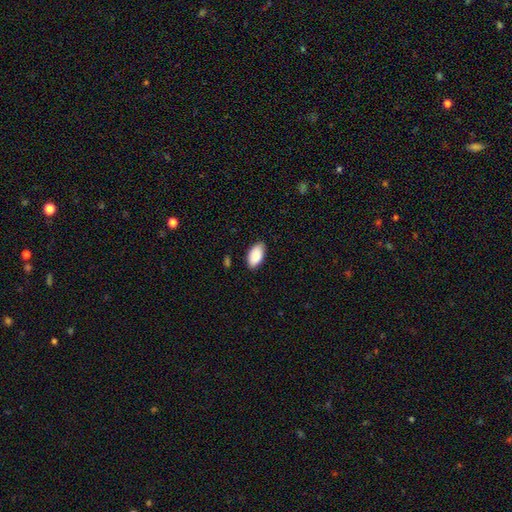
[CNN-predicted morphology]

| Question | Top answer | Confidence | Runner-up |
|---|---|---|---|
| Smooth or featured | smooth | 90% | star or artifact (6%) |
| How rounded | in between | 95% | round (2%) |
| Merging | none | 84% | minor disturbance (13%) |